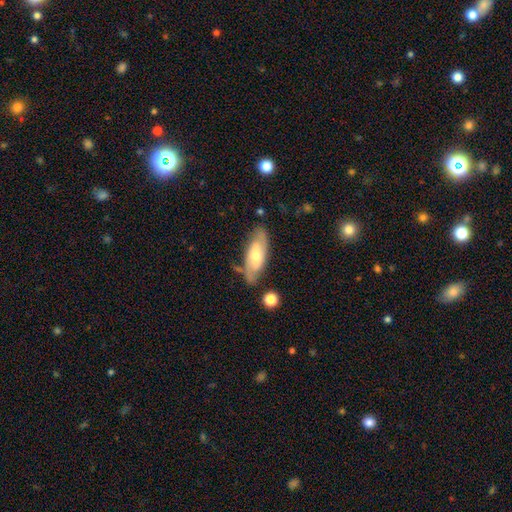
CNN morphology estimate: Smooth or featured: featured or disk — 52% (smooth — 42%)
Edge-on disk: no — 78% (yes — 22%)
Merging: none — 71% (minor disturbance — 19%)